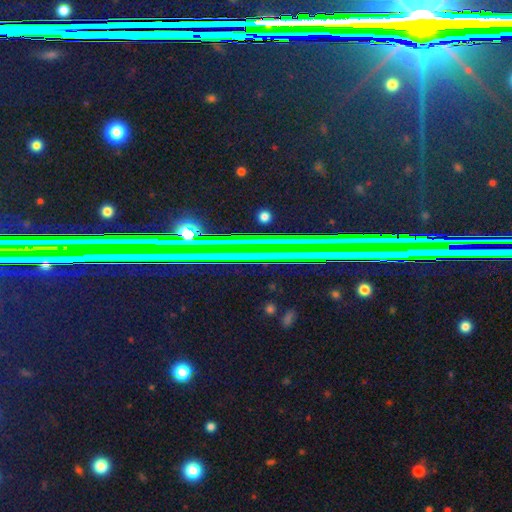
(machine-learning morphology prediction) type=star or artifact (82%).